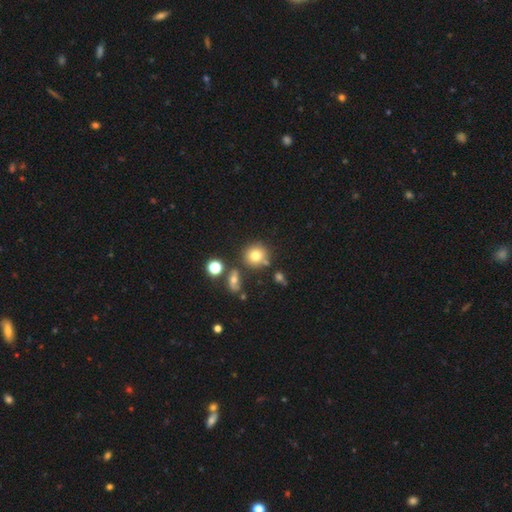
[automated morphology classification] Overall: smooth (76%). How rounded: round (88%). Merging: none (73%).